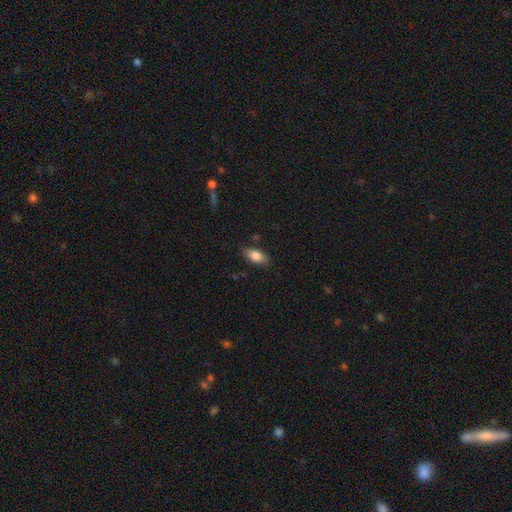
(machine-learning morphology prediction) Smooth or featured? smooth (83%)
How rounded? in between (89%)
Merging? none (83%)